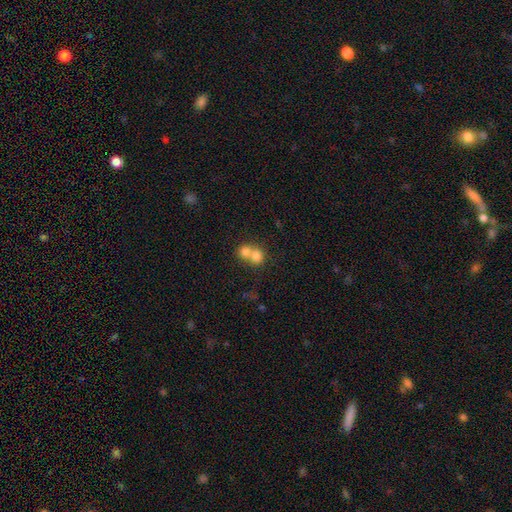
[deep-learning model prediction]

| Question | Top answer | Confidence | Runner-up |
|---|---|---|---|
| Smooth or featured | smooth | 74% | featured or disk (15%) |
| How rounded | round | 78% | in between (21%) |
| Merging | merger | 68% | none (26%) |